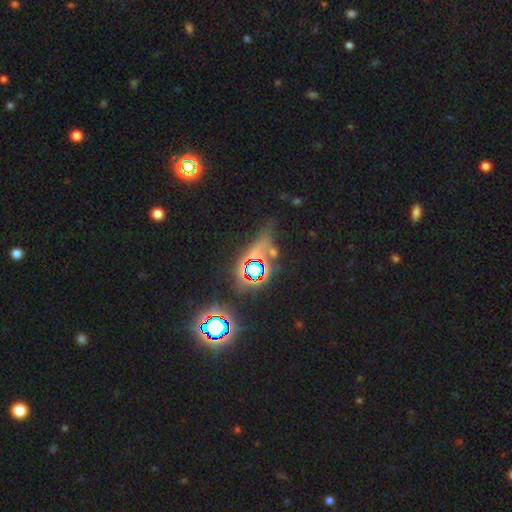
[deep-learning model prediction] Smooth or featured? Predicted: star or artifact (p=0.64).